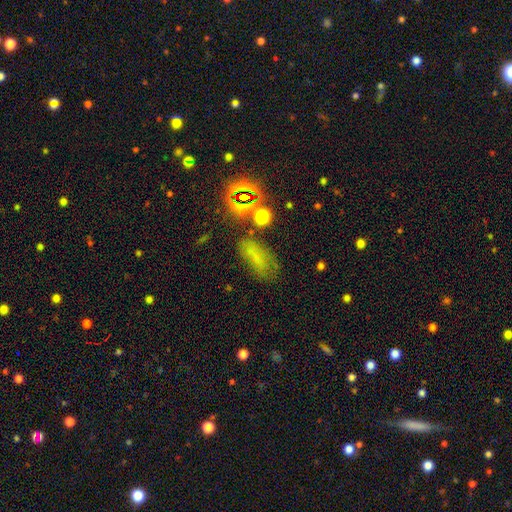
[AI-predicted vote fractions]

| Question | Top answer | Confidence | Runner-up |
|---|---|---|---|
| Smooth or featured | smooth | 54% | star or artifact (31%) |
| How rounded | in between | 74% | cigar-shaped (16%) |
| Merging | none | 55% | minor disturbance (23%) |